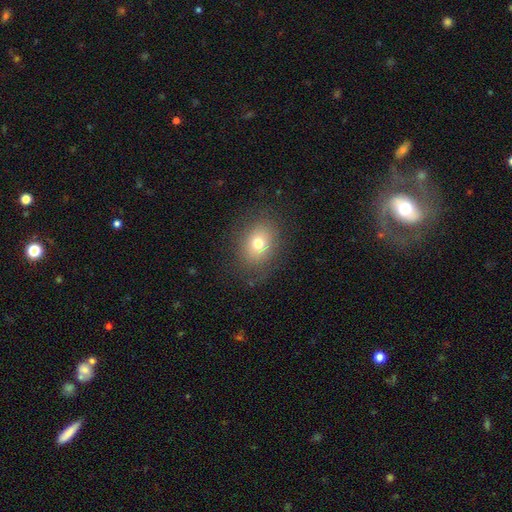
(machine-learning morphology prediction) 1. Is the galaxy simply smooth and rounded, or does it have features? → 63% smooth, 20% featured or disk, 17% star or artifact.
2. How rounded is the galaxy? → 53% in between, 46% round, 1% cigar-shaped.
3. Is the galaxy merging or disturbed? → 83% none, 10% minor disturbance, 5% major disturbance, 1% merger.